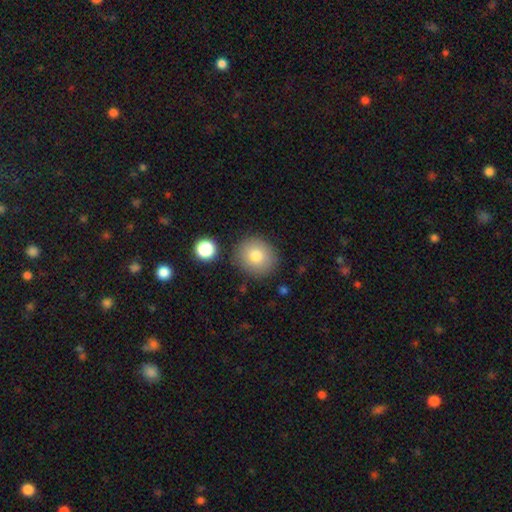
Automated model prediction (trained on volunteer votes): A smooth galaxy with no disk features (81%) that is round (79%). Merging: none (82%).